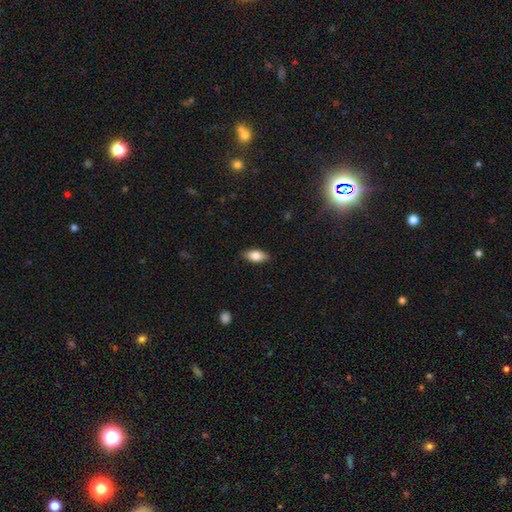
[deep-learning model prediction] Smooth or featured: smooth — 81% (featured or disk — 12%)
How rounded: in between — 88% (cigar-shaped — 9%)
Merging: none — 88% (minor disturbance — 9%)